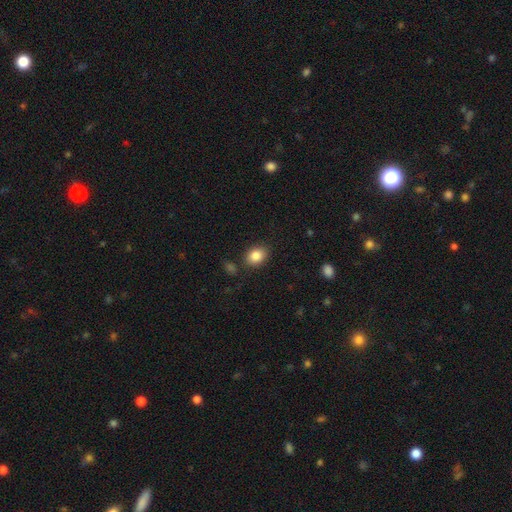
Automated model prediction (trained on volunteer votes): Overall: smooth (85%). How rounded: in between (62%; round 37%). Merging: none (82%).